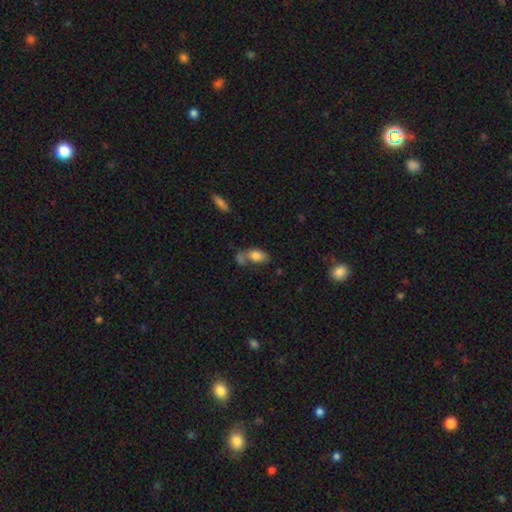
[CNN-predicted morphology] Overall: smooth (80%). How rounded: in between (88%). Merging: none (38%, tied with merger).